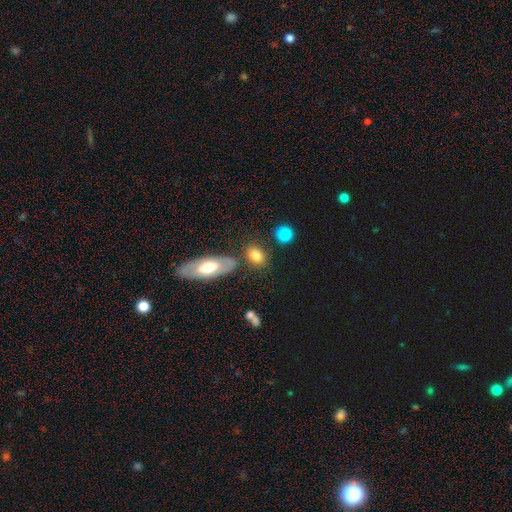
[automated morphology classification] Smooth or featured? smooth (77%)
How rounded? in between (68%)
Merging? none (73%)